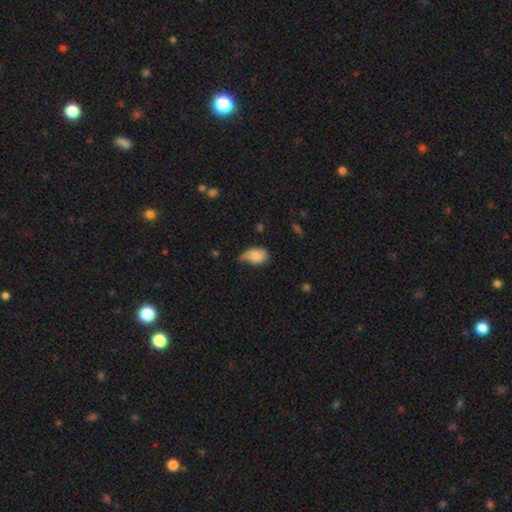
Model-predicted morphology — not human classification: Smooth or featured: smooth — 76% (featured or disk — 16%)
How rounded: in between — 85% (round — 14%)
Merging: minor disturbance — 52% (none — 28%)